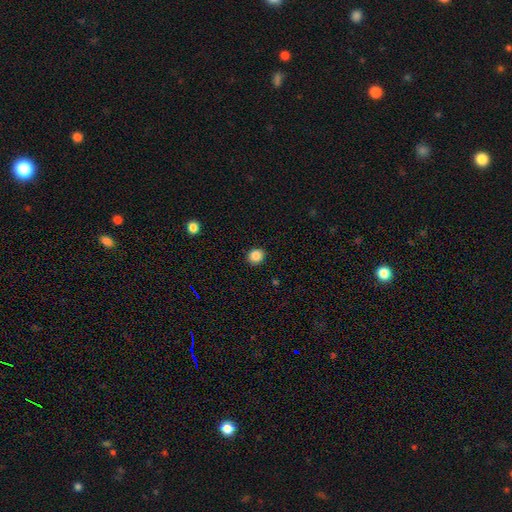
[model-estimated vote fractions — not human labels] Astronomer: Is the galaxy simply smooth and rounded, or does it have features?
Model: smooth — 86%.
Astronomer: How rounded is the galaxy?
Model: round — 85%.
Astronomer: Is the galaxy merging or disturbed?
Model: none — 92%.